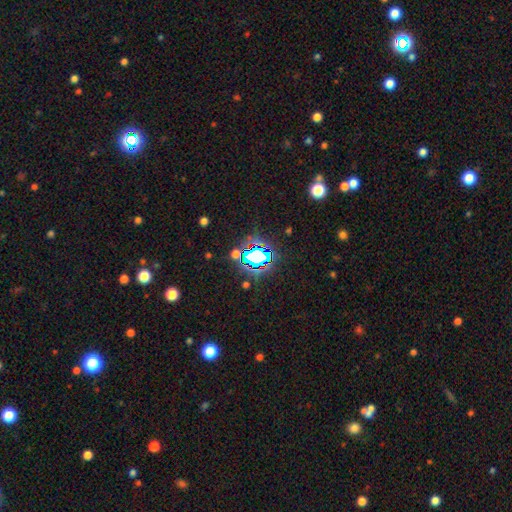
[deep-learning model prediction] This appears to be a star or artifact, not a galaxy (67%).